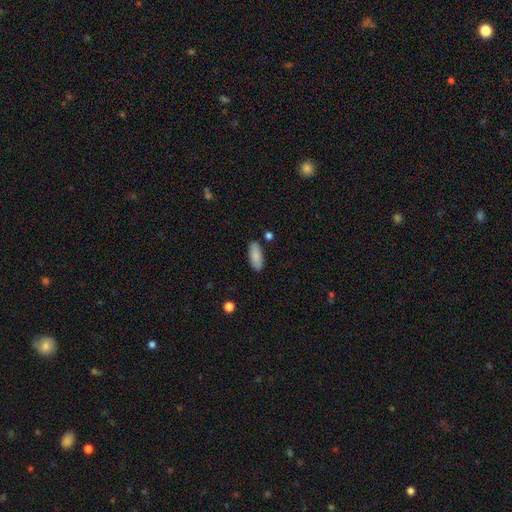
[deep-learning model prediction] Overall: smooth (87%). How rounded: in between (82%). Merging: none (84%).